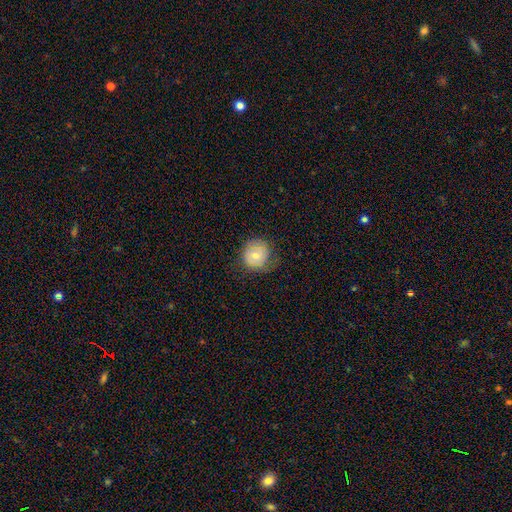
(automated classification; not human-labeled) Smooth or featured? Predicted: smooth (p=0.60). How rounded? Predicted: round (p=0.86). Merging? Predicted: none (p=0.67).